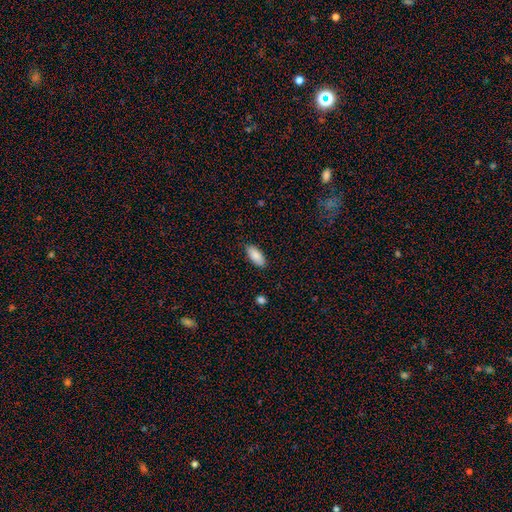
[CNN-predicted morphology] Smooth or featured: smooth — 87% (featured or disk — 6%)
How rounded: in between — 87% (cigar-shaped — 11%)
Merging: none — 86% (minor disturbance — 11%)